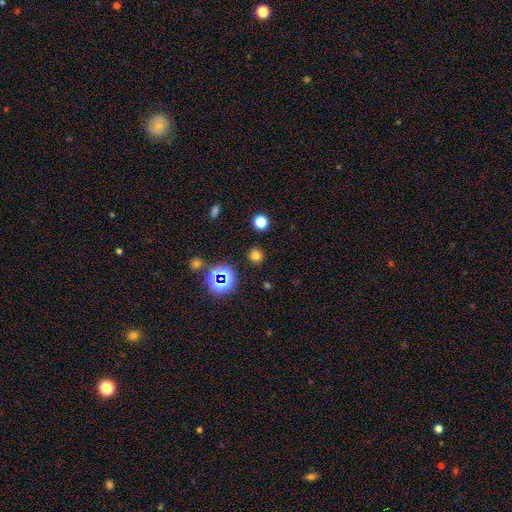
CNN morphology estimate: Overall: smooth (70%). How rounded: round (90%). Merging: none (89%).